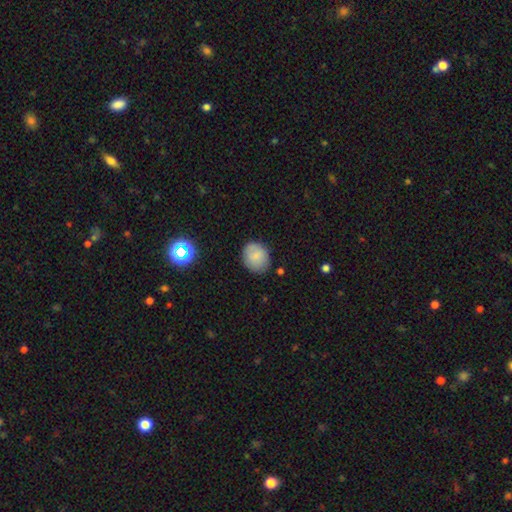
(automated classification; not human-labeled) The model was most divided on "how rounded": round: 64%, in between: 35%, cigar-shaped: 1%. More confident: smooth or featured — smooth (81%); merging — none (81%).